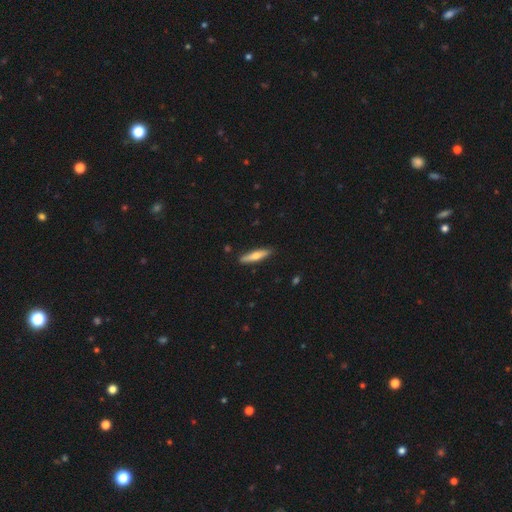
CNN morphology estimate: Smooth or featured: smooth — 56% (featured or disk — 39%)
How rounded: cigar-shaped — 84% (in between — 14%)
Merging: none — 89% (minor disturbance — 8%)